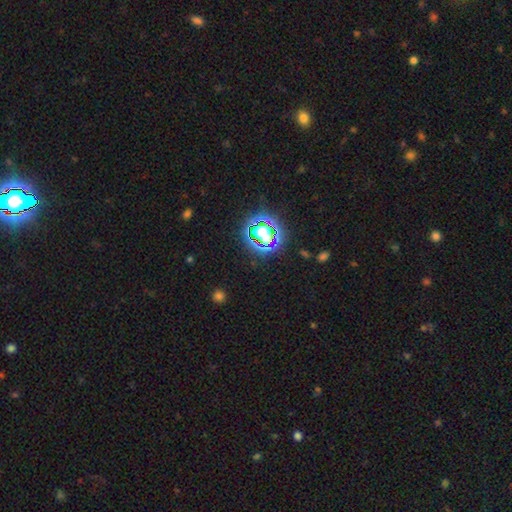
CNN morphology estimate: Smooth or featured? star or artifact (77%)